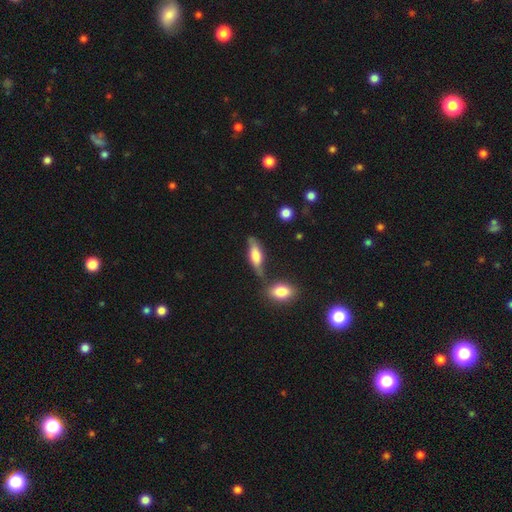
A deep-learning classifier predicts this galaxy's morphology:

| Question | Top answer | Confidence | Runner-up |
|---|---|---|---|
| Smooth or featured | smooth | 56% | featured or disk (36%) |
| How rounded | in between | 53% | cigar-shaped (44%) |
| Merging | none | 57% | minor disturbance (22%) |